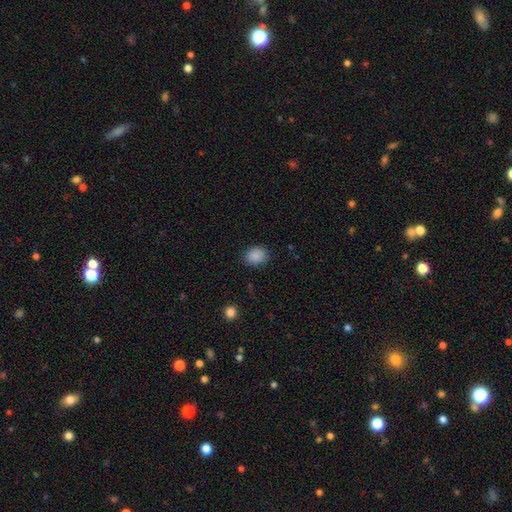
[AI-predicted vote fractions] smooth_or_featured: smooth (p=0.88) [alt: star or artifact p=0.09]
how_rounded: round (p=0.51) [alt: in between p=0.48]
merging: none (p=0.86) [alt: minor disturbance p=0.10]